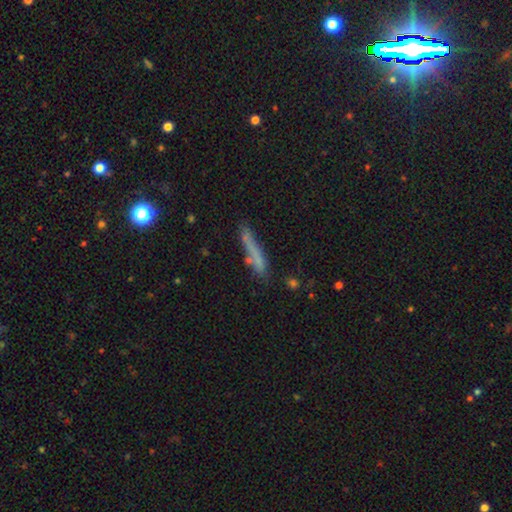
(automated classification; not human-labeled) A smooth galaxy with no disk features (67%) that is cigar-shaped (90%). Merging: none (66%).